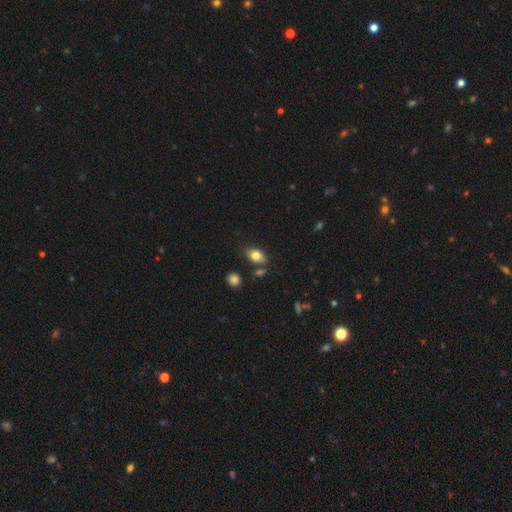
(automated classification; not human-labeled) A smooth galaxy with no disk features (80%) that is in between round and cigar-shaped (85%).

Vote fractions:
- Smooth or featured? smooth: 80% / featured or disk: 11% / star or artifact: 9%
- How rounded? in between: 85% / round: 13% / cigar-shaped: 2%
- Merging? none: 75% / minor disturbance: 15% / merger: 7% / major disturbance: 3%